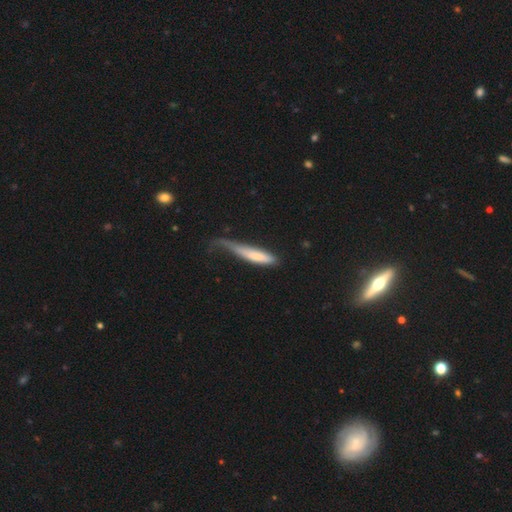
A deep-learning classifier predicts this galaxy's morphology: Smooth or featured: smooth — 70% (featured or disk — 24%)
How rounded: cigar-shaped — 84% (in between — 15%)
Merging: major disturbance — 35% (minor disturbance — 33%)